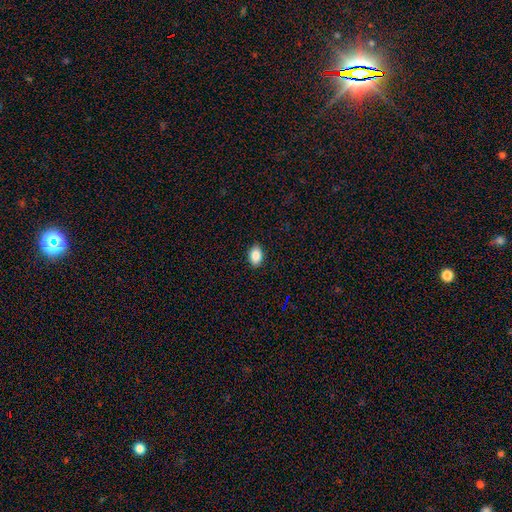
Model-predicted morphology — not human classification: smooth-or-featured: smooth: 87% | star or artifact: 8% | featured or disk: 5%
  how-rounded: in between: 87% | round: 12% | cigar-shaped: 1%
  merging: none: 89% | minor disturbance: 8% | major disturbance: 2% | merger: 1%